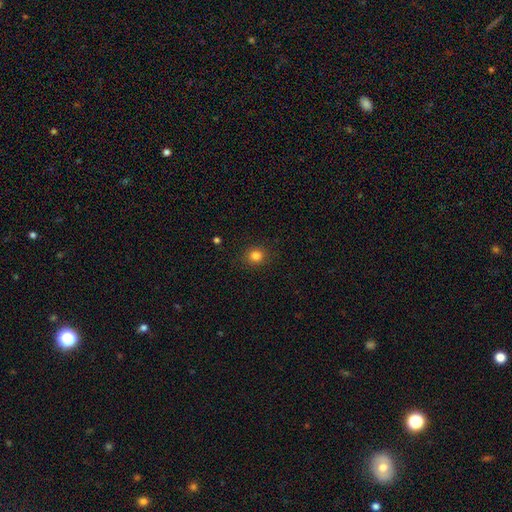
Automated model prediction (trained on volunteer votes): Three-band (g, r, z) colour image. It shows a smooth galaxy with no disk features (83%) that is round (80%). Merging: none (89%).